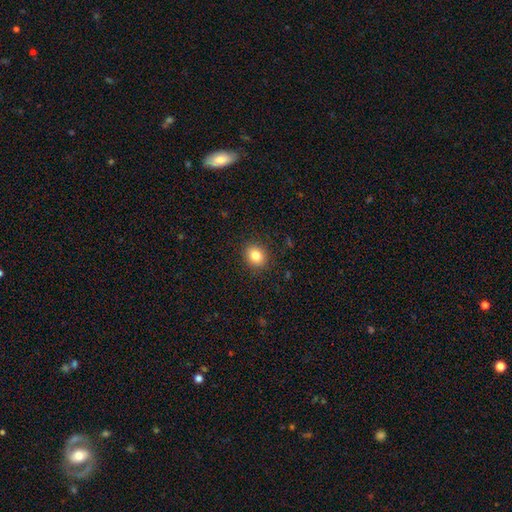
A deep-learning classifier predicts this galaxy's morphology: Smooth or featured?
  - smooth: 83% *
  - star or artifact: 11%
  - featured or disk: 7%
How rounded?
  - round: 67% *
  - in between: 32%
  - cigar-shaped: 1%
Merging?
  - none: 90% *
  - minor disturbance: 7%
  - major disturbance: 2%
  - merger: 1%